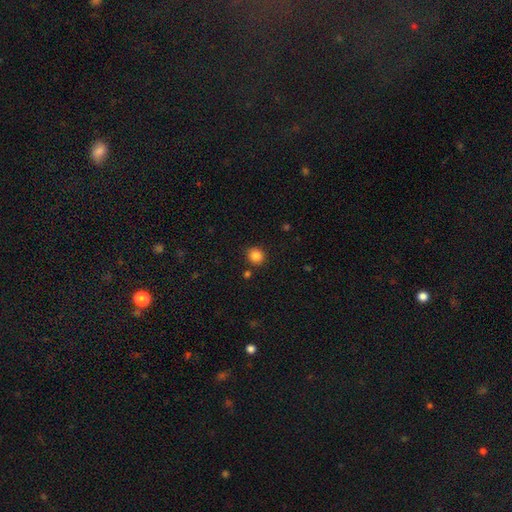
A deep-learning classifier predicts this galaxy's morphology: Smooth or featured? smooth (85%)
How rounded? round (88%)
Merging? none (86%)